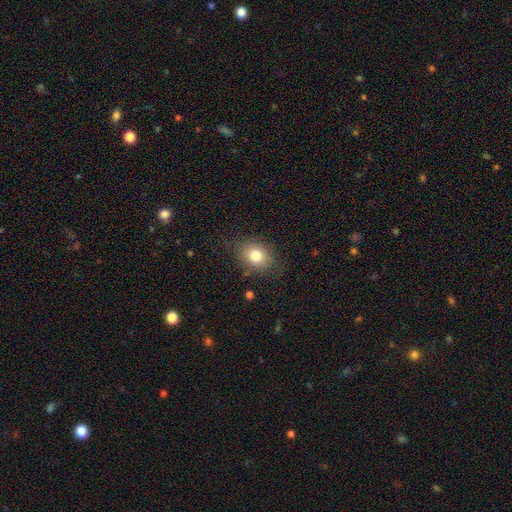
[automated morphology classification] type=smooth (79%); roundness=in between (53%); merging=none (82%).